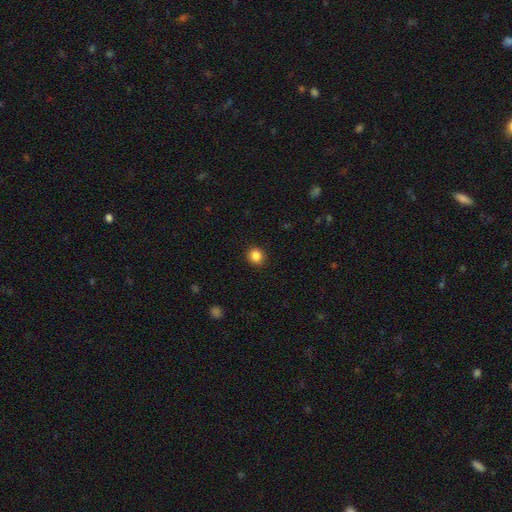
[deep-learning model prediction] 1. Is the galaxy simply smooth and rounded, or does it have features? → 86% smooth, 11% star or artifact, 3% featured or disk.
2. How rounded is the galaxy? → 86% round, 13% in between, 1% cigar-shaped.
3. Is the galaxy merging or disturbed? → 92% none, 6% minor disturbance, 2% major disturbance, 1% merger.